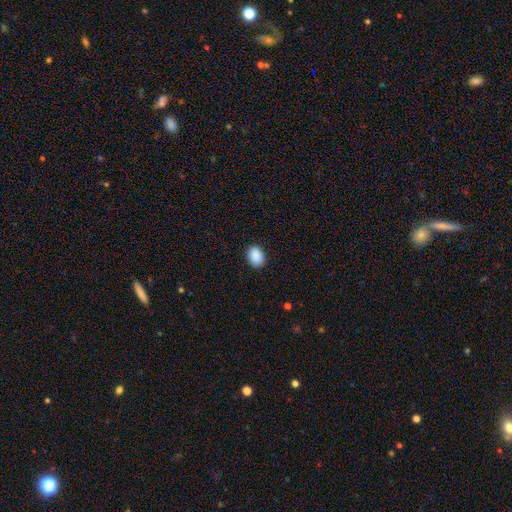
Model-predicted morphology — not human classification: smooth 90%, star or artifact 7%, featured or disk 3%. Down the decision tree: how rounded — in between (75%); merging — none (88%).